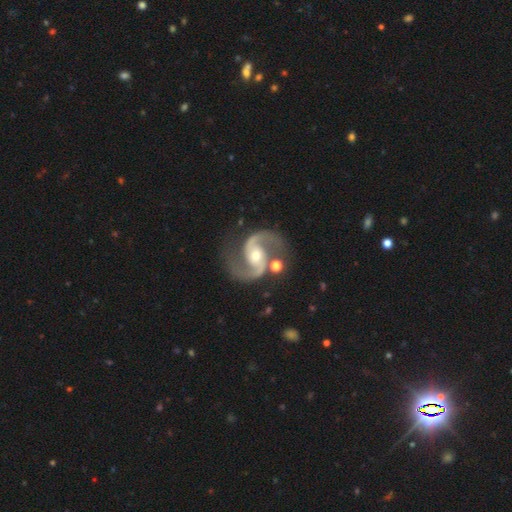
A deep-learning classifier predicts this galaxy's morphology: smooth-or-featured: featured or disk: 93% | star or artifact: 4% | smooth: 2%
  disk-edge-on: no: 98% | yes: 2%
    bar: no: 50% | weak: 35% | strong: 16%
    has-spiral-arms: yes: 99% | no: 1%
      spiral-winding: medium: 66% | loose: 22% | tight: 12%
      spiral-arm-count: 2: 95% | 3: 1% | can't tell: 1% | 1: 1% | 4: 1% | more than 4: 1%
    bulge-size: moderate: 55% | small: 39% | large: 4% | none: 2% | dominant: 1%
  merging: none: 78% | minor disturbance: 12% | major disturbance: 5% | merger: 4%